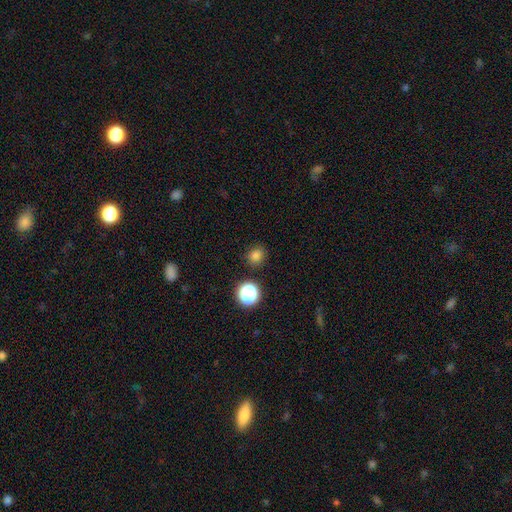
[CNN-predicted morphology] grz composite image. It shows a smooth galaxy with no disk features (79%) that is round (81%). Merging: none (88%).